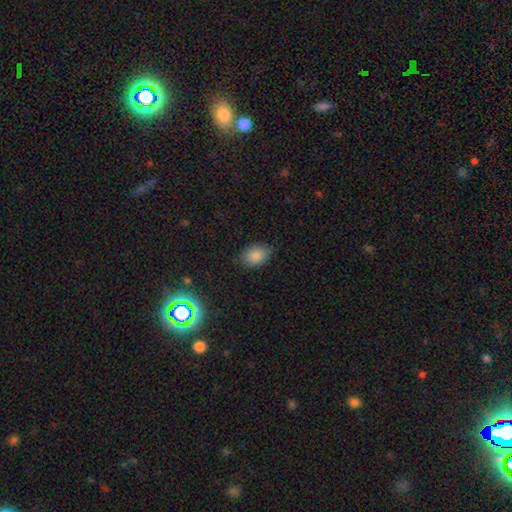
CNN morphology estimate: type=smooth (85%); roundness=in between (81%); merging=none (80%).